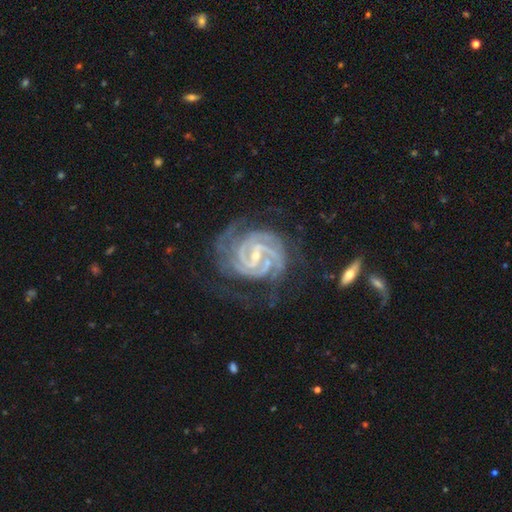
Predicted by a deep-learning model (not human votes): Smooth or featured: featured or disk — 94% (star or artifact — 4%)
Edge-on disk: no — 98% (yes — 2%)
Bar: weak — 46% (strong — 37%)
Spiral arms: yes — 99% (no — 1%)
Spiral winding: tight — 74% (medium — 23%)
Spiral arm count: 2 — 35% (3 — 27%)
Bulge size: small — 70% (moderate — 26%)
Merging: none — 64% (minor disturbance — 21%)